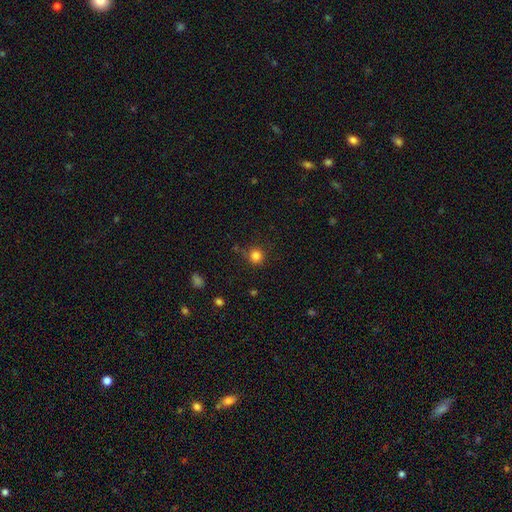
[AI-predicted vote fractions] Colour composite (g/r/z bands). It shows a smooth galaxy with no disk features (82%) that is round (92%). Merging: none (78%).